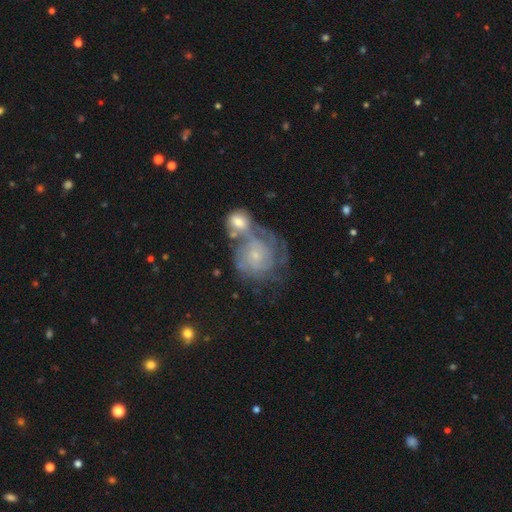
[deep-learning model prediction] featured or disk 73%, smooth 19%, star or artifact 8%. Down the decision tree: edge-on disk — no (97%); bar — no (76%); spiral arms — yes (87%); spiral arm count — can't tell (50%); spiral winding — tight (65%); bulge size — small (74%); merging — merger (51%).